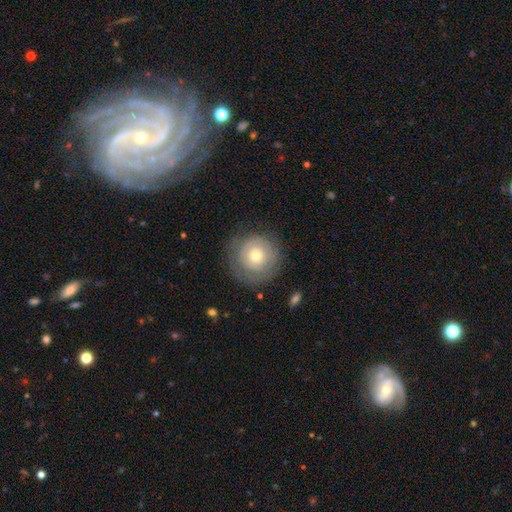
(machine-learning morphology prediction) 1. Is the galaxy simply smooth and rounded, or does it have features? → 54% smooth, 38% featured or disk, 8% star or artifact.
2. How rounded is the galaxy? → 94% round, 5% in between, 1% cigar-shaped.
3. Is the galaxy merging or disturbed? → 76% none, 16% minor disturbance, 7% major disturbance, 1% merger.